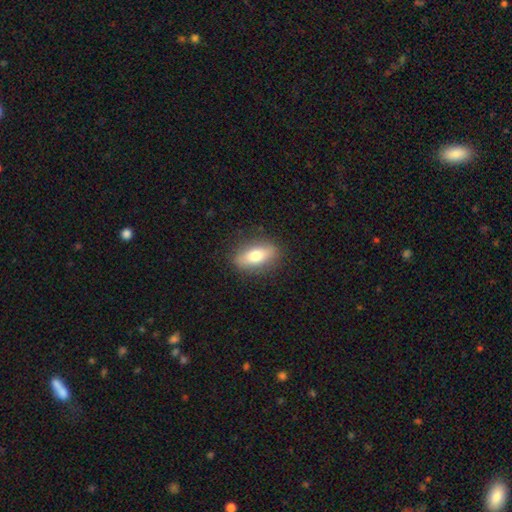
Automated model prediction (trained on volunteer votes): Smooth or featured? Predicted: smooth (p=0.72). How rounded? Predicted: in between (p=0.77). Merging? Predicted: none (p=0.86).